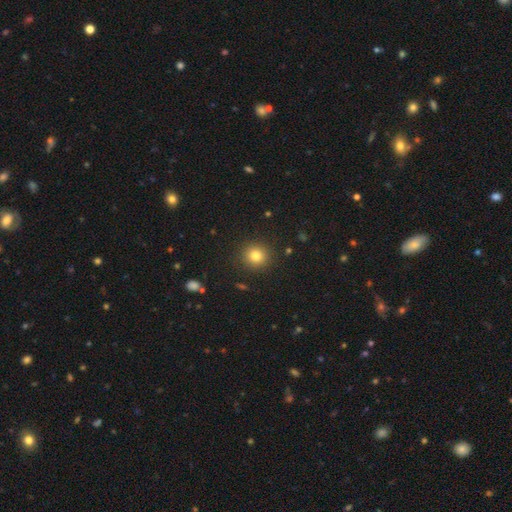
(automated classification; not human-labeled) smooth-or-featured: smooth: 82% | star or artifact: 12% | featured or disk: 6%
  how-rounded: round: 91% | in between: 8% | cigar-shaped: 1%
  merging: none: 90% | minor disturbance: 6% | major disturbance: 2% | merger: 1%